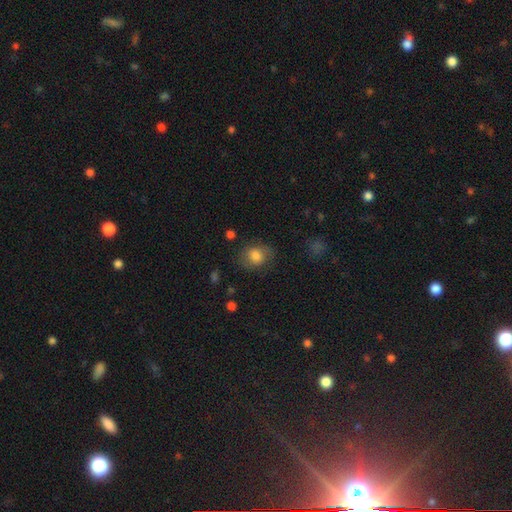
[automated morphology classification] A smooth galaxy with no disk features (77%) that is in between round and cigar-shaped (51%). Merging: none (69%).